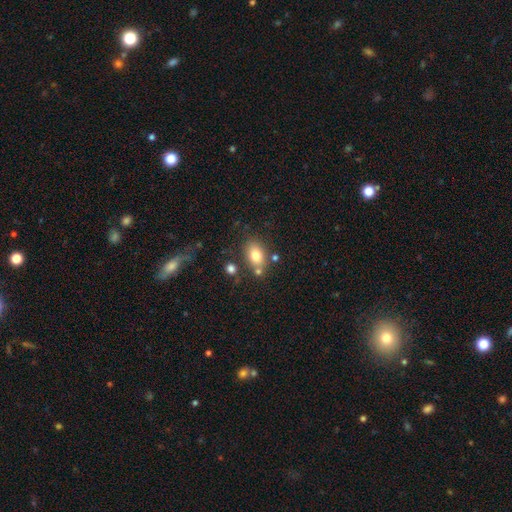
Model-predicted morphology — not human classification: Smooth or featured? Predicted: smooth (p=0.78). How rounded? Predicted: in between (p=0.81). Merging? Predicted: none (p=0.68).